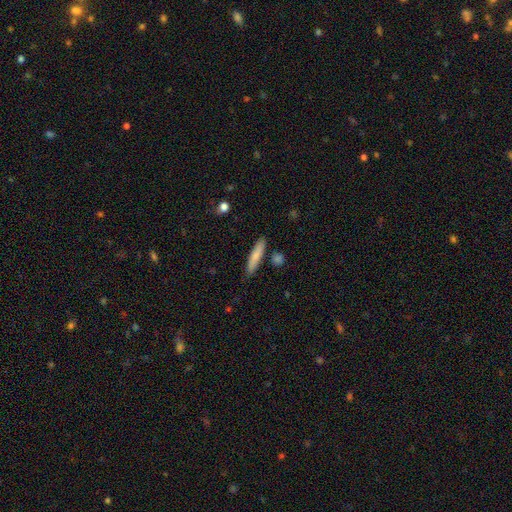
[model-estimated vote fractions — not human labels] smooth 77%, featured or disk 17%, star or artifact 6%. Down the decision tree: how rounded — cigar-shaped (88%); merging — none (85%).